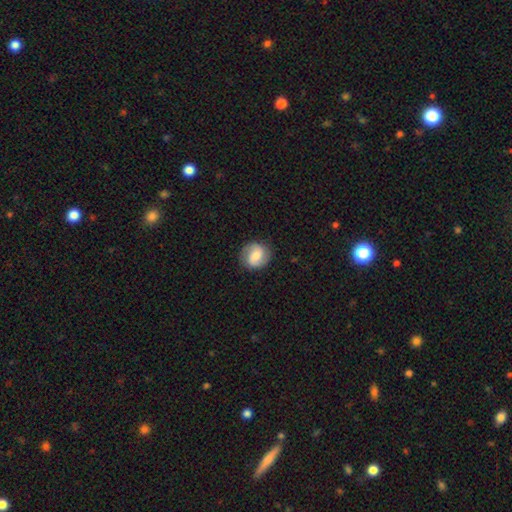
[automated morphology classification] A featured or disk galaxy (59%) with a weak bar (47%), 2 (90%) medium (47%) spiral arms (91%) and a moderate central bulge (50%). Merging: none (85%).